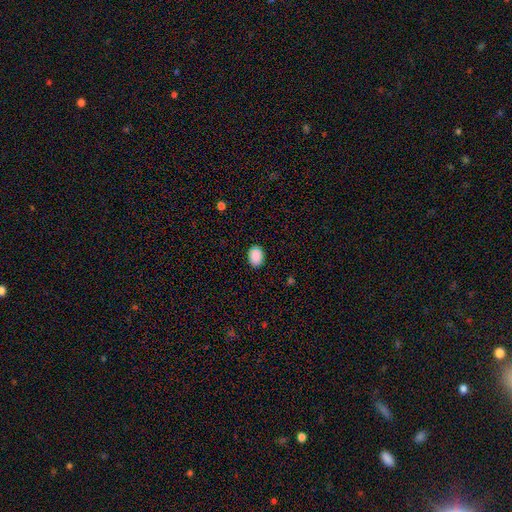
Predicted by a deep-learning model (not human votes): Smooth or featured? Predicted: smooth (p=0.91). How rounded? Predicted: in between (p=0.78). Merging? Predicted: none (p=0.89).